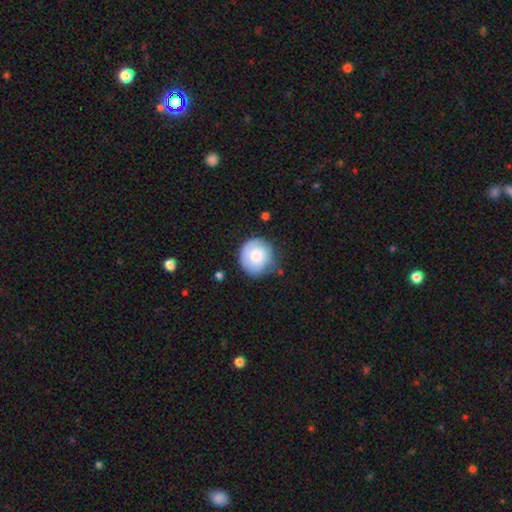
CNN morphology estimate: Smooth or featured?
  - smooth: 72% *
  - featured or disk: 21%
  - star or artifact: 6%
How rounded?
  - round: 86% *
  - in between: 13%
  - cigar-shaped: 1%
Merging?
  - none: 67% *
  - minor disturbance: 24%
  - major disturbance: 7%
  - merger: 3%